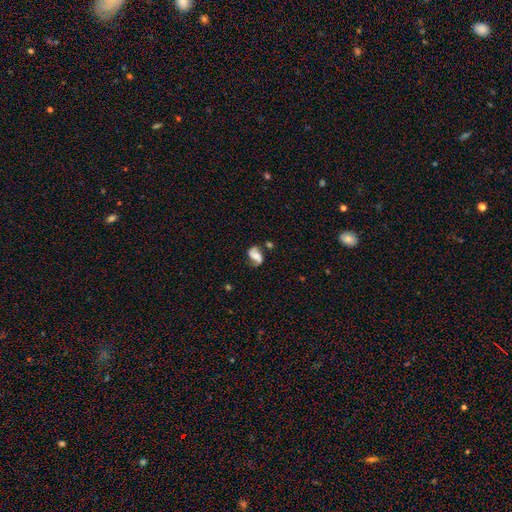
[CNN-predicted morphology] This is likely a featured or disk galaxy (60%). It is clearly not viewed edge-on (97%). Bar: possibly no (46%). Spiral arm pattern: clearly yes (89%). Spiral arm count: clearly 2 (82%). Spiral winding: possibly loose (51%). Central bulge: marginally none (35%). Merging: possibly none (53%).